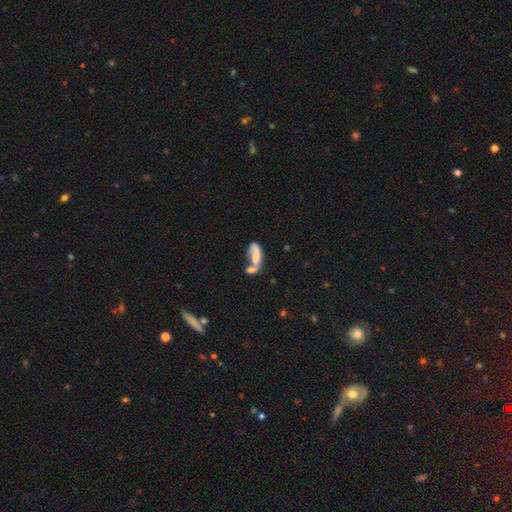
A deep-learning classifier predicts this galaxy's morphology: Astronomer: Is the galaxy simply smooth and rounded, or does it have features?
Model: smooth — 59%.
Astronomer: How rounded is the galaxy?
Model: in between — 71%.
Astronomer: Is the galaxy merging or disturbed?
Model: merger — 59%.